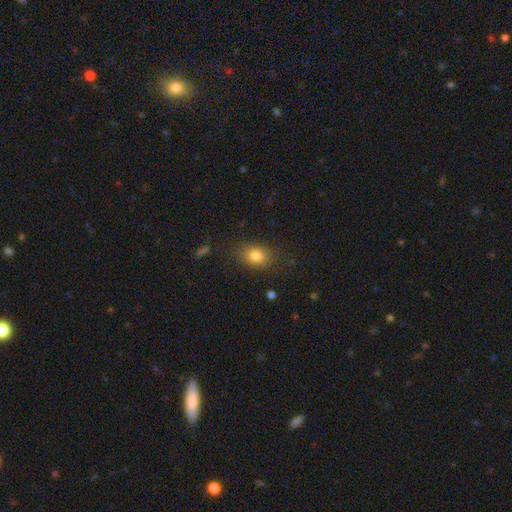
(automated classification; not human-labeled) Overall: smooth (81%). How rounded: in between (66%; round 33%). Merging: none (82%).